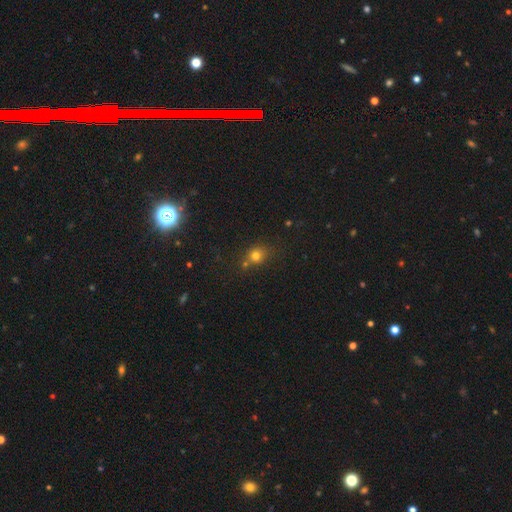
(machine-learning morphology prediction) Q: Smooth or featured?
A: smooth (71%); runner-up: star or artifact (19%)
Q: How rounded?
A: round (72%); runner-up: in between (27%)
Q: Merging?
A: none (61%); runner-up: merger (18%)